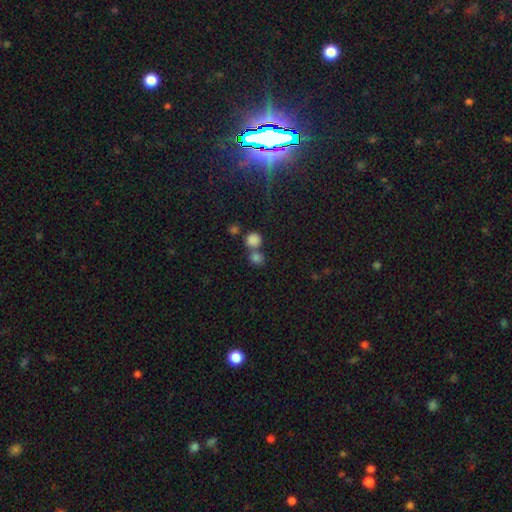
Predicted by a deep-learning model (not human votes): The model was most divided on "smooth or featured": star or artifact: 57%, smooth: 32%, featured or disk: 11%.